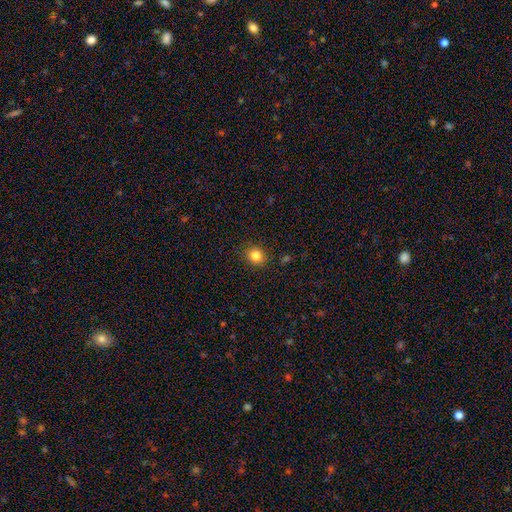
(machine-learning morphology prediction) This is clearly a smooth galaxy (82%). How rounded: clearly round (81%). Merging: clearly none (89%).